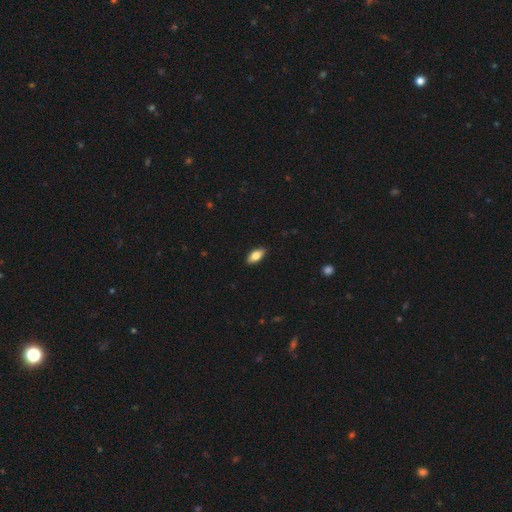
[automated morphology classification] The model was most divided on "smooth or featured": smooth: 79%, featured or disk: 14%, star or artifact: 7%. More confident: how rounded — in between (89%); merging — none (89%).